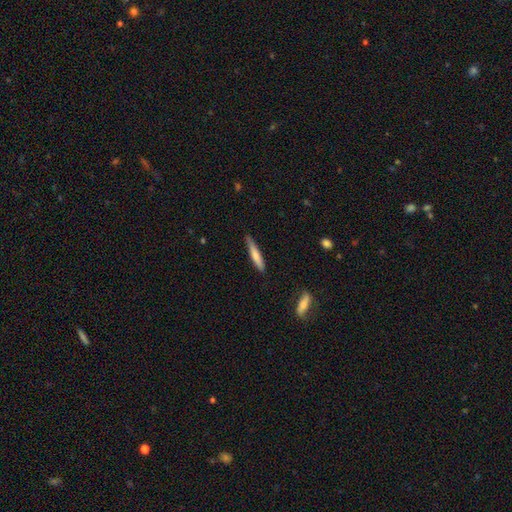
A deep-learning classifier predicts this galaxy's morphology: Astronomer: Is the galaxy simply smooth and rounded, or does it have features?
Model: smooth — 68%.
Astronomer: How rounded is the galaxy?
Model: cigar-shaped — 92%.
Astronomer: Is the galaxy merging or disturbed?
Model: none — 79%.